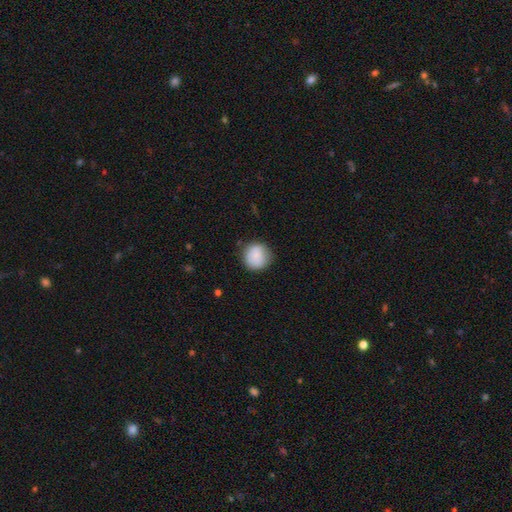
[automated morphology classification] A smooth galaxy with no disk features (80%) that is round (92%).

Vote fractions:
- Smooth or featured? smooth: 80% / featured or disk: 12% / star or artifact: 7%
- How rounded? round: 92% / in between: 7% / cigar-shaped: 1%
- Merging? none: 81% / minor disturbance: 14% / major disturbance: 3% / merger: 1%